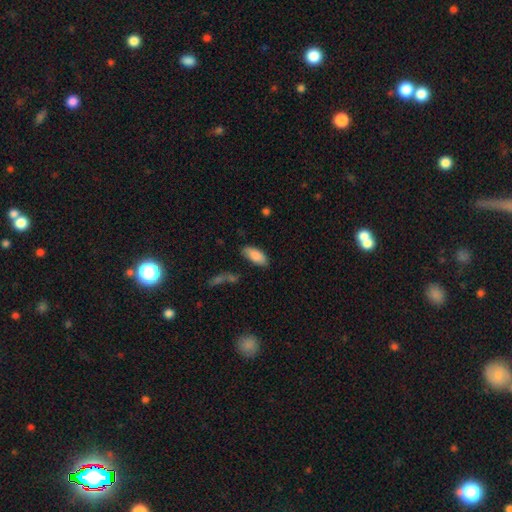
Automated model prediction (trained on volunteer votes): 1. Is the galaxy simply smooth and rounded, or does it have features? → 87% smooth, 6% star or artifact, 6% featured or disk.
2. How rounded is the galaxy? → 87% in between, 11% cigar-shaped, 2% round.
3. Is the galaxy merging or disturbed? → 79% none, 15% minor disturbance, 3% major disturbance, 3% merger.